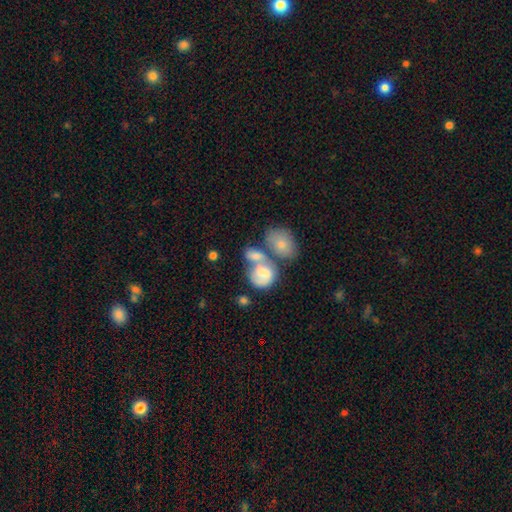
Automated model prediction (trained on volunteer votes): A smooth galaxy with no disk features (66%) that is in between round and cigar-shaped (65%).

Vote fractions:
- Smooth or featured? smooth: 66% / featured or disk: 26% / star or artifact: 8%
- How rounded? in between: 65% / round: 33% / cigar-shaped: 2%
- Merging? merger: 57% / none: 22% / minor disturbance: 12% / major disturbance: 9%